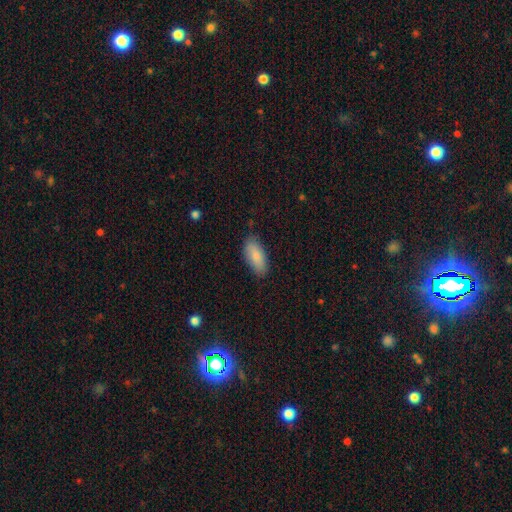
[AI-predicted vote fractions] Smooth or featured? Predicted: smooth (p=0.84). How rounded? Predicted: in between (p=0.86). Merging? Predicted: none (p=0.82).